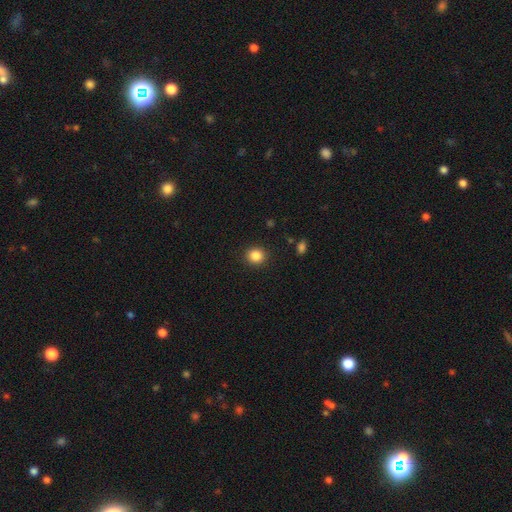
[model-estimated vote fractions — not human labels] Smooth or featured: smooth — 86% (star or artifact — 10%)
How rounded: round — 85% (in between — 14%)
Merging: none — 91% (minor disturbance — 6%)